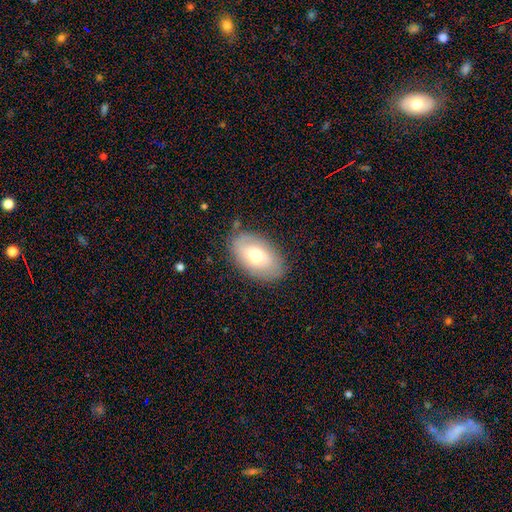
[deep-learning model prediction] This appears to be a smooth galaxy with no disk features (57%) that is in between round and cigar-shaped (90%). Merging: none (80%).